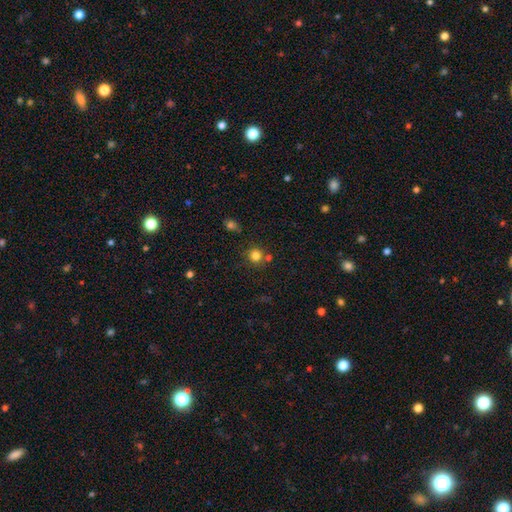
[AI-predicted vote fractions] Q: Smooth or featured?
A: smooth (80%); runner-up: star or artifact (13%)
Q: How rounded?
A: round (91%); runner-up: in between (8%)
Q: Merging?
A: none (73%); runner-up: merger (14%)